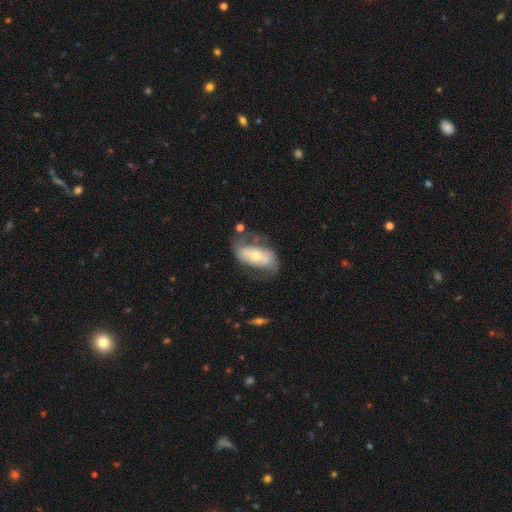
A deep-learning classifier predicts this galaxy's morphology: A featured or disk galaxy (63%) with no bar (47%), spiral arms (72%) and a moderate central bulge (54%). Merging: none (53%).